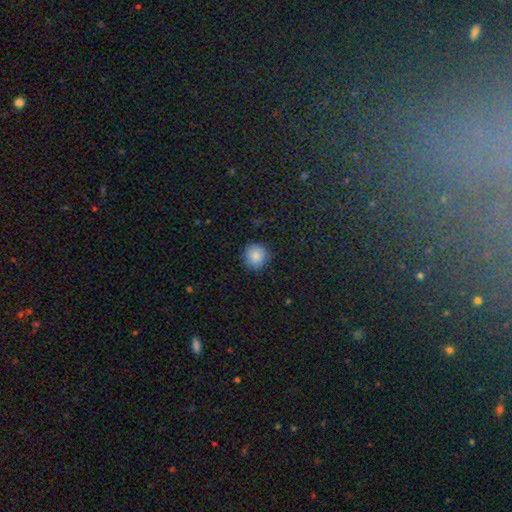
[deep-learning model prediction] The model was most divided on "smooth or featured": smooth: 85%, star or artifact: 10%, featured or disk: 5%. More confident: how rounded — round (92%); merging — none (89%).